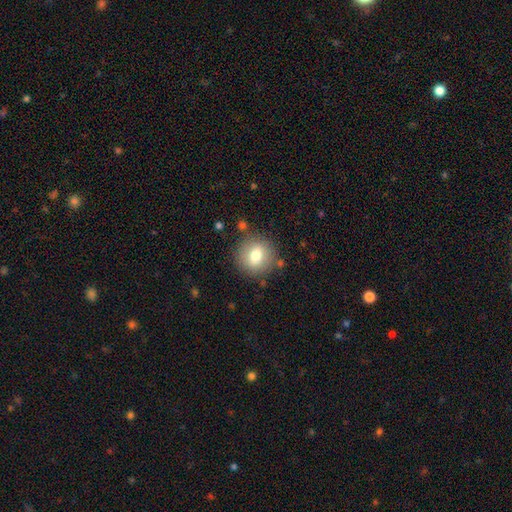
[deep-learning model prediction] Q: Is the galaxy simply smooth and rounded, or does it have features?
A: smooth — 73%.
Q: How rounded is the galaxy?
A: round — 88%.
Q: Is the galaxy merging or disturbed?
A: none — 84%.